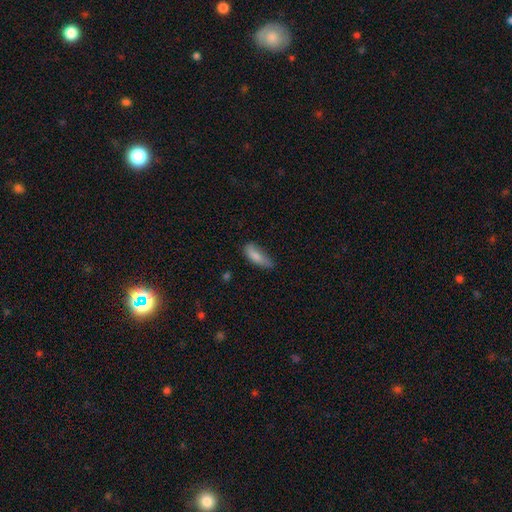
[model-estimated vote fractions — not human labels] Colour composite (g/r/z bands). It shows a smooth galaxy with no disk features (82%) that is in between round and cigar-shaped (62%). Merging: none (52%).